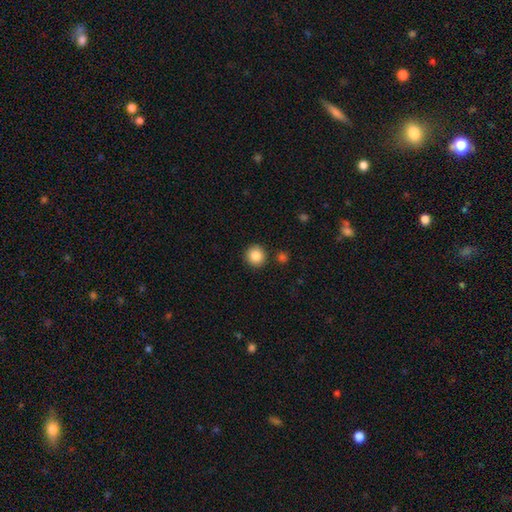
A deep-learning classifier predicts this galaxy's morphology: Overall: smooth (87%). How rounded: round (94%). Merging: none (89%).